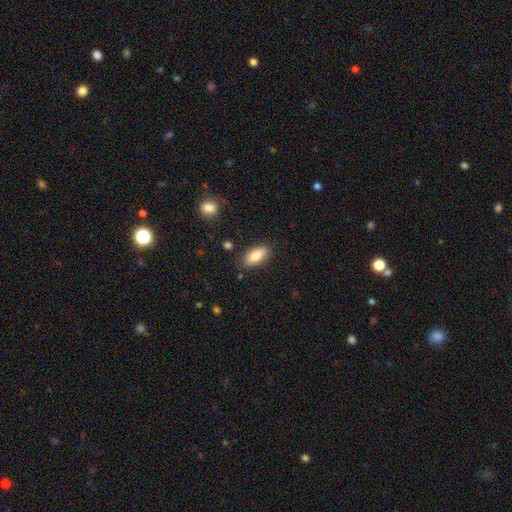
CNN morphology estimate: This appears to be a smooth galaxy with no disk features (84%) that is in between round and cigar-shaped (84%). Merging: none (83%).